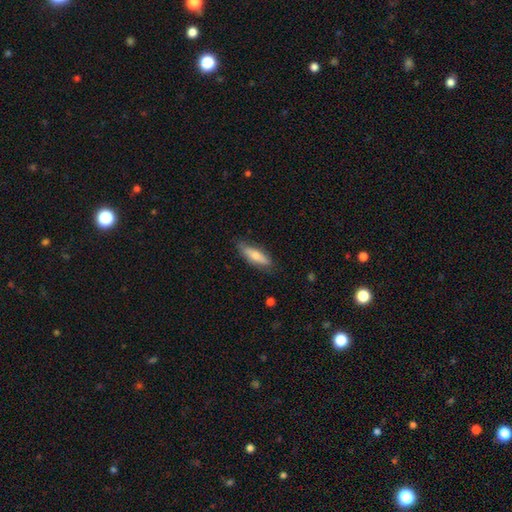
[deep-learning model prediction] Smooth or featured: smooth — 69% (featured or disk — 25%)
How rounded: cigar-shaped — 53% (in between — 46%)
Merging: none — 77% (minor disturbance — 18%)